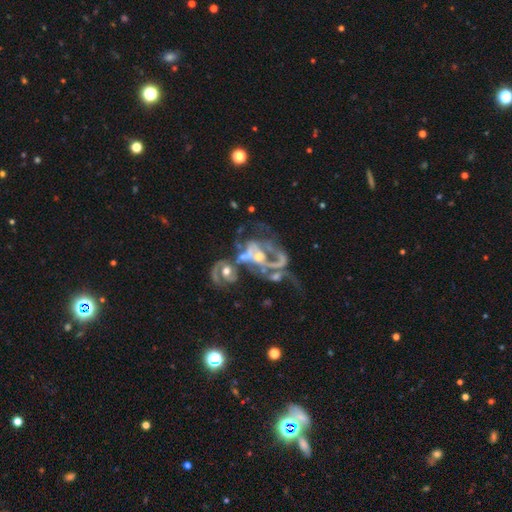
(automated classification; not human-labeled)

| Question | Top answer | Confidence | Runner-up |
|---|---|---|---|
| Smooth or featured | featured or disk | 80% | star or artifact (11%) |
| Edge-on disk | no | 96% | yes (4%) |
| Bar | no | 64% | weak (24%) |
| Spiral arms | yes | 69% | no (31%) |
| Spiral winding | medium | 40% | loose (37%) |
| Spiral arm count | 2 | 43% | can't tell (31%) |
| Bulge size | moderate | 48% | small (35%) |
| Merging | merger | 56% | major disturbance (24%) |